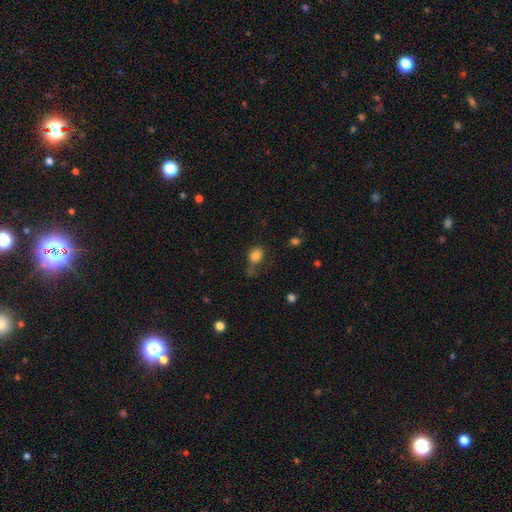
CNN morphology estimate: The model was most divided on "how rounded": round: 58%, in between: 41%, cigar-shaped: 1%. More confident: smooth or featured — smooth (83%); merging — none (50%).